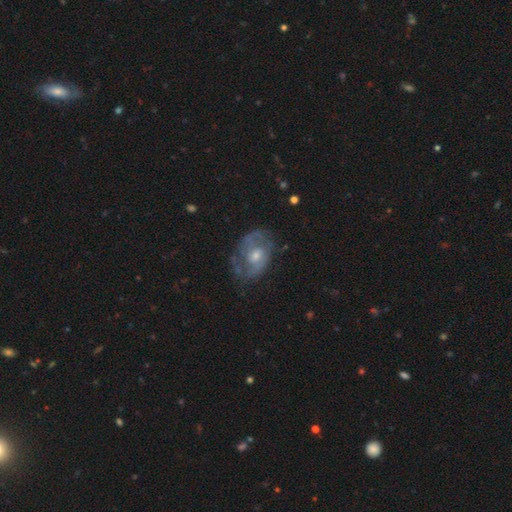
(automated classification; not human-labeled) Smooth or featured? featured or disk (76%)
Edge-on disk? no (97%)
Bar? no (62%)
Spiral arms? yes (84%)
Spiral winding? medium (46%)
Spiral arm count? 2 (65%)
Bulge size? moderate (54%)
Merging? none (67%)